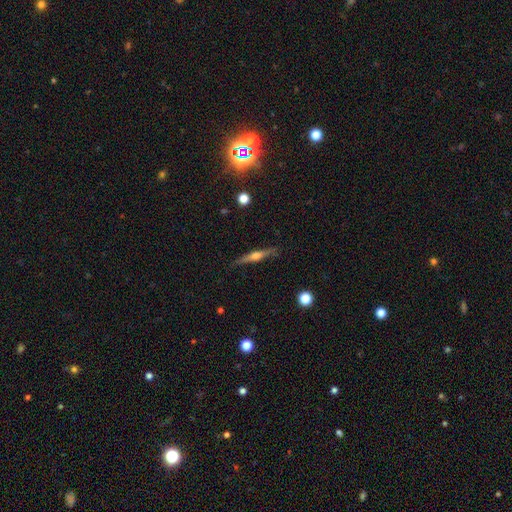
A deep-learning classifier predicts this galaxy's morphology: featured or disk 70%, smooth 24%, star or artifact 6%. Down the decision tree: edge-on disk — yes (97%); edge-on bulge — rounded (89%); merging — none (86%).